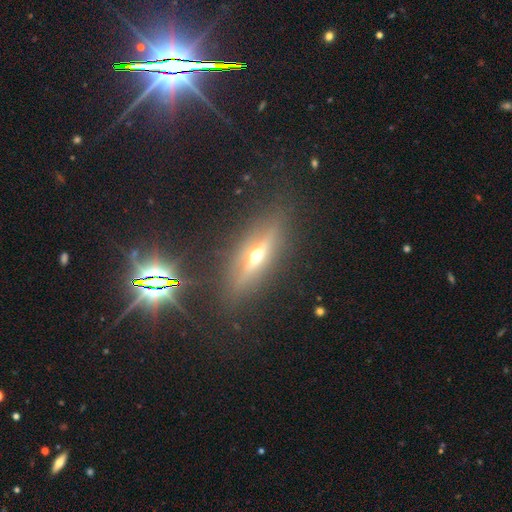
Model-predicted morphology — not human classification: type=featured or disk (60%); edge-on=yes (86%); edge-on bulge=rounded (93%); merging=none (82%).